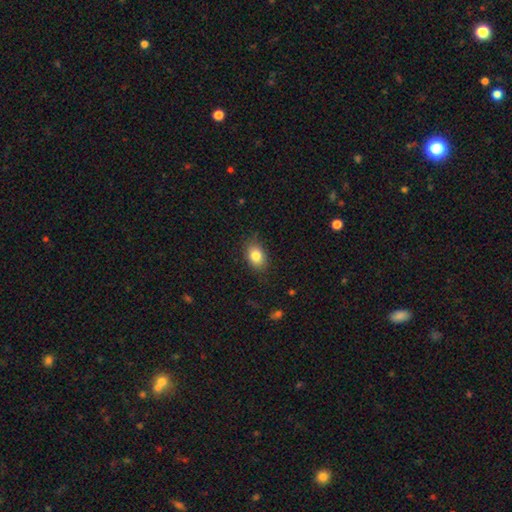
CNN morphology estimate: Smooth or featured?
  - smooth: 83% *
  - star or artifact: 9%
  - featured or disk: 8%
How rounded?
  - in between: 76% *
  - round: 23%
  - cigar-shaped: 1%
Merging?
  - none: 82% *
  - minor disturbance: 14%
  - major disturbance: 3%
  - merger: 1%